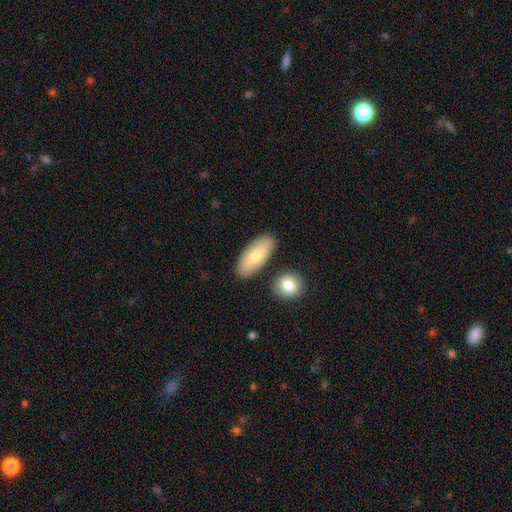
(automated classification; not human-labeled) Overall: smooth (71%). How rounded: in between (85%). Merging: none (80%).